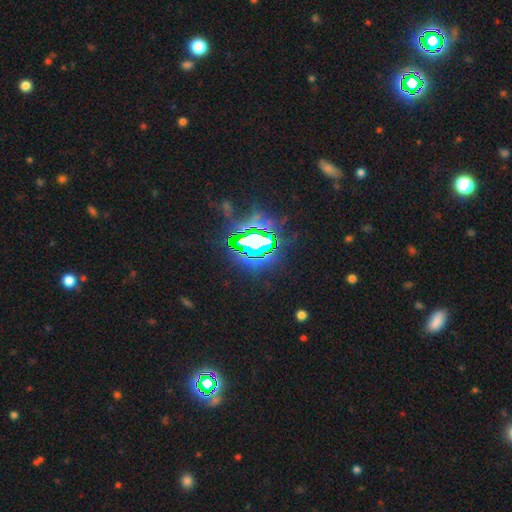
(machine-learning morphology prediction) A star or artifact, not a galaxy (84%).

Vote fractions:
- Smooth or featured? star or artifact: 84% / smooth: 10% / featured or disk: 6%